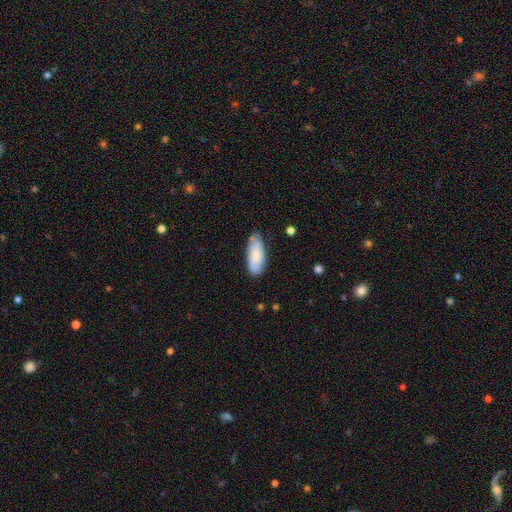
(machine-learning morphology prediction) type=smooth (66%); roundness=in between (82%); merging=none (66%).